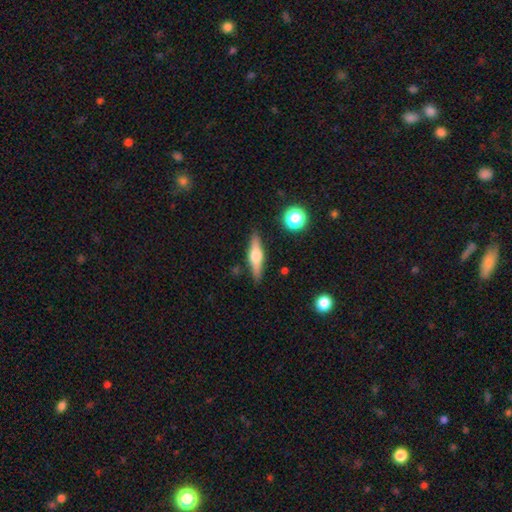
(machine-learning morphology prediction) Q: Smooth or featured?
A: featured or disk (58%); runner-up: smooth (36%)
Q: Edge-on disk?
A: yes (95%); runner-up: no (5%)
Q: Edge-on bulge?
A: rounded (93%); runner-up: boxy (5%)
Q: Merging?
A: none (88%); runner-up: minor disturbance (8%)